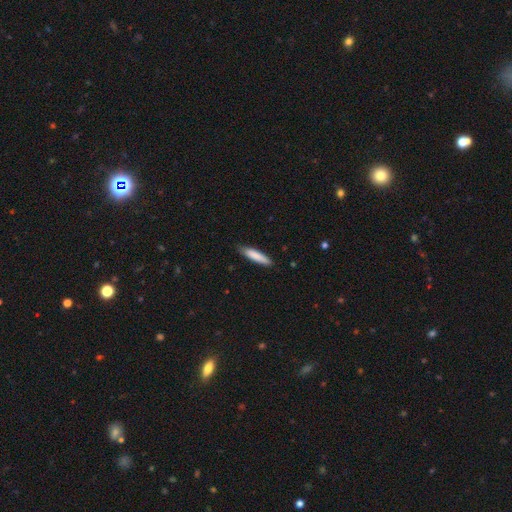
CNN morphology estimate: smooth_or_featured: smooth (p=0.83) [alt: featured or disk p=0.12]
how_rounded: cigar-shaped (p=0.82) [alt: in between p=0.16]
merging: none (p=0.83) [alt: minor disturbance p=0.14]